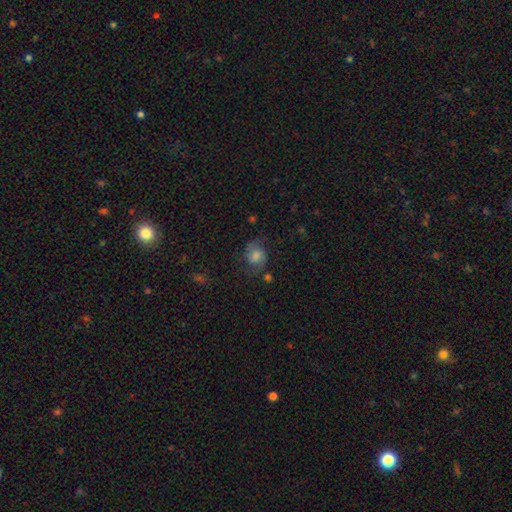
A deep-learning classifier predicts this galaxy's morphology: smooth 45%, featured or disk 42%, star or artifact 13%. Down the decision tree: merging — none (63%).